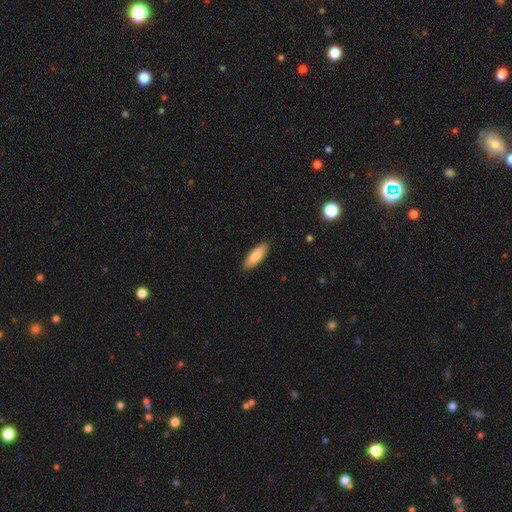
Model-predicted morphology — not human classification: Smooth or featured? Predicted: smooth (p=0.79). How rounded? Predicted: in between (p=0.51). Merging? Predicted: none (p=0.88).